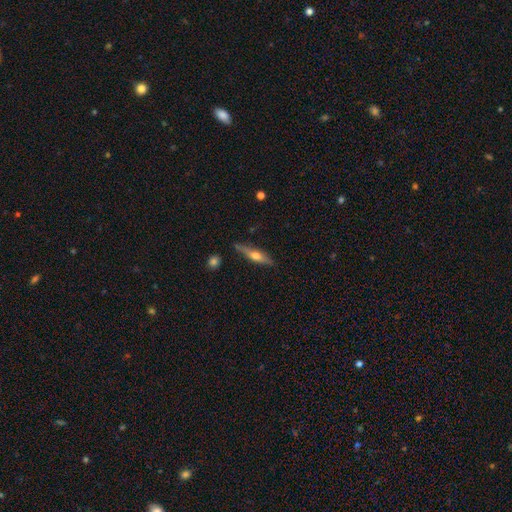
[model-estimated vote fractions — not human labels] Smooth or featured? featured or disk (58%)
Edge-on disk? yes (94%)
Edge-on bulge? rounded (92%)
Merging? none (79%)